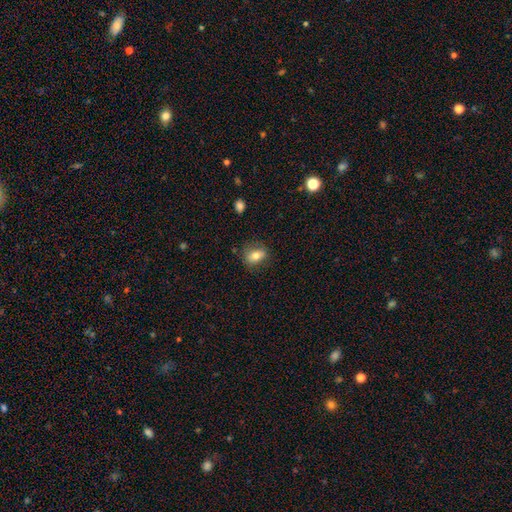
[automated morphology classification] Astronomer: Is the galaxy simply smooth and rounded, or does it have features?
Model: smooth — 75%.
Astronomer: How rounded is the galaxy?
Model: in between — 63%.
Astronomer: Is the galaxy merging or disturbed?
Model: none — 74%.